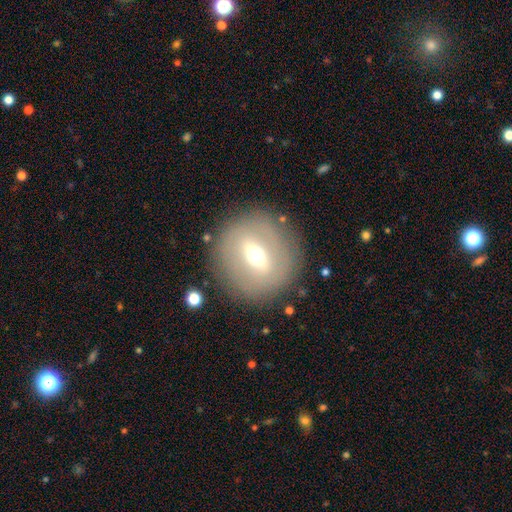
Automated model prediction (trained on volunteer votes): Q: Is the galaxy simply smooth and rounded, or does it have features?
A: featured or disk — 55%.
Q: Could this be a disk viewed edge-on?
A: no — 75%.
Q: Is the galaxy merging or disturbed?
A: none — 85%.